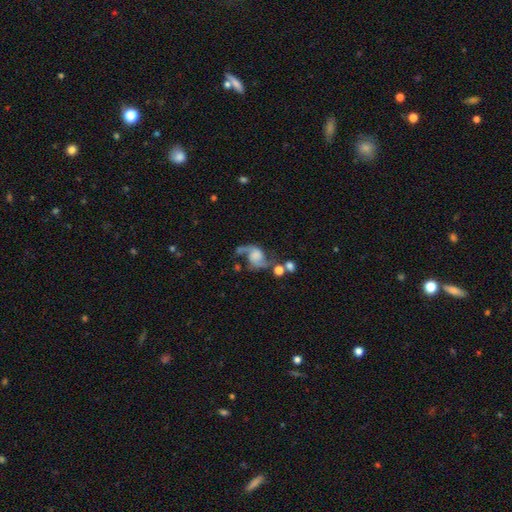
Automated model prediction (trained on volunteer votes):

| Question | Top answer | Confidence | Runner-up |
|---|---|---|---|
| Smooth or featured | featured or disk | 81% | smooth (11%) |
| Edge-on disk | no | 98% | yes (2%) |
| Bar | no | 63% | weak (29%) |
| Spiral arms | yes | 95% | no (5%) |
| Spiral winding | loose | 71% | medium (24%) |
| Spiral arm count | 2 | 91% | 1 (4%) |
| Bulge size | none | 39% | large (22%) |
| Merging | none | 48% | minor disturbance (19%) |